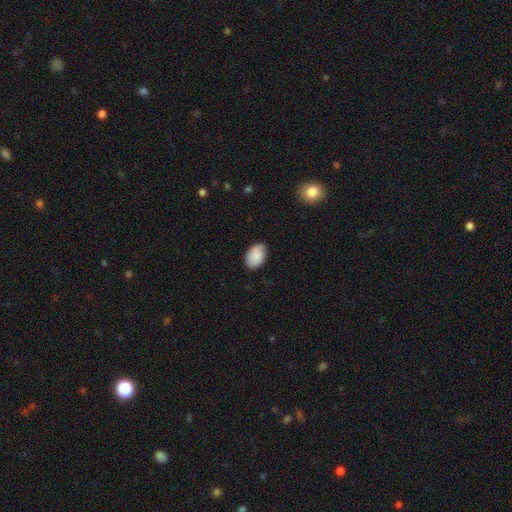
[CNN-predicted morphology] Smooth or featured?
  - smooth: 88% *
  - star or artifact: 7%
  - featured or disk: 5%
How rounded?
  - in between: 88% *
  - round: 10%
  - cigar-shaped: 1%
Merging?
  - none: 78% *
  - minor disturbance: 18%
  - major disturbance: 3%
  - merger: 1%